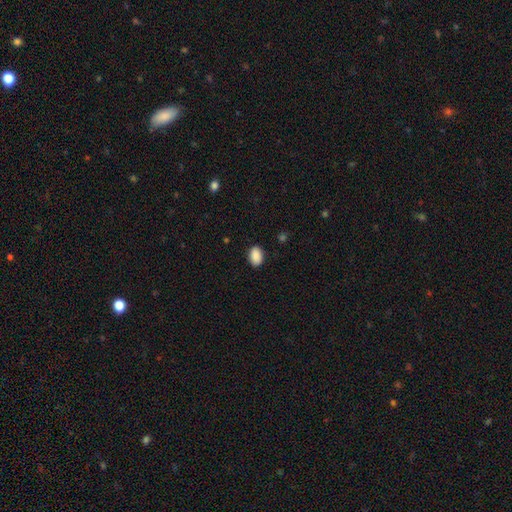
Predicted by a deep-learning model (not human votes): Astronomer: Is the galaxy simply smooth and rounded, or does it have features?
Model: smooth — 90%.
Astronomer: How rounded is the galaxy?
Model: in between — 86%.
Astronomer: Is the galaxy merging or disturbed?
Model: none — 88%.